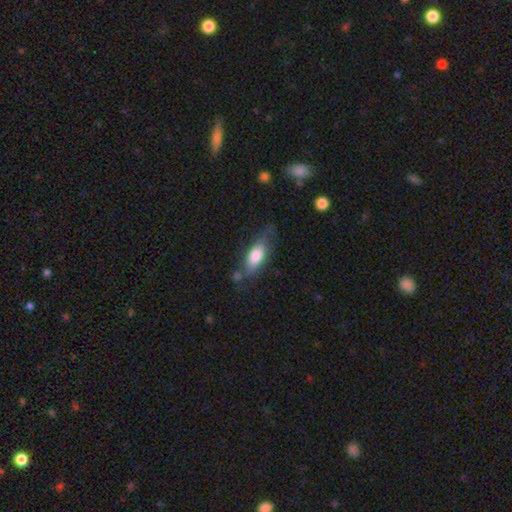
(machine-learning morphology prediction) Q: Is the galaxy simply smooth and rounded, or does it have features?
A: smooth — 67%.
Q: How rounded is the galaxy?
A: in between — 72%.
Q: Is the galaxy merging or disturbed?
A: none — 57%.